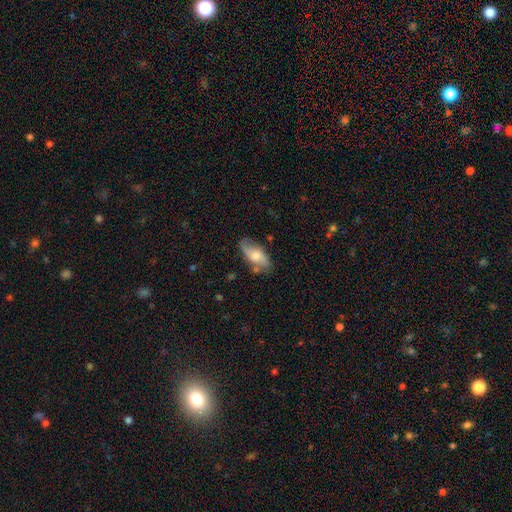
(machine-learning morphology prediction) Overall: smooth (48%; featured or disk 45%). Merging: none (67%).